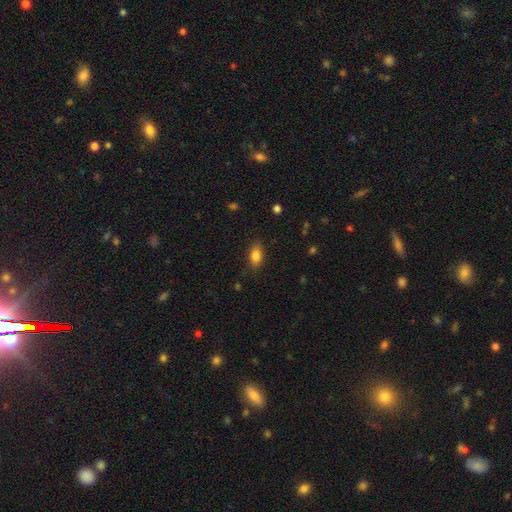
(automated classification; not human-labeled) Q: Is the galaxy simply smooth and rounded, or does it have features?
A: smooth — 84%.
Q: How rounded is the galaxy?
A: in between — 87%.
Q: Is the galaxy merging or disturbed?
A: none — 84%.